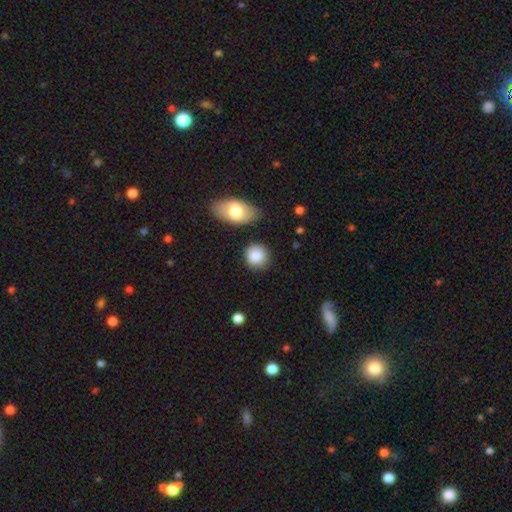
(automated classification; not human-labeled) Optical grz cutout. It shows a smooth galaxy with no disk features (85%) that is round (82%). Merging: none (83%).